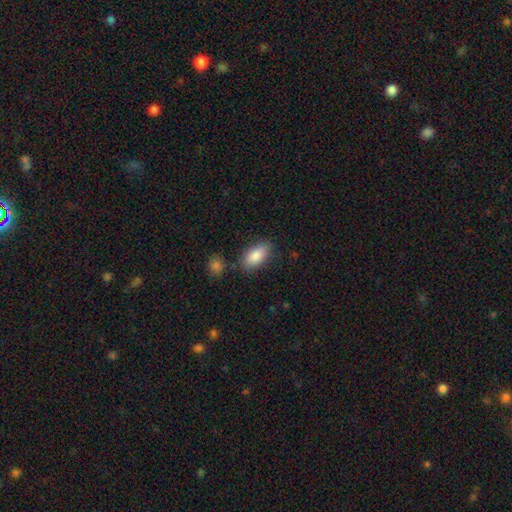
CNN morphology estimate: A smooth galaxy with no disk features (86%) that is in between round and cigar-shaped (92%).

Vote fractions:
- Smooth or featured? smooth: 86% / featured or disk: 8% / star or artifact: 7%
- How rounded? in between: 92% / cigar-shaped: 5% / round: 3%
- Merging? none: 79% / minor disturbance: 13% / merger: 5% / major disturbance: 3%